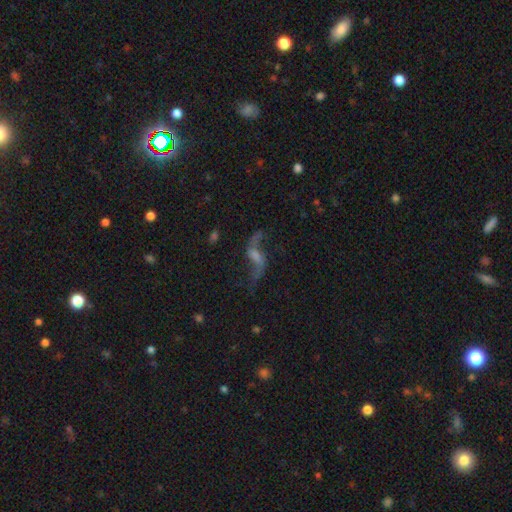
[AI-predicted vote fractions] The model was most divided on "bar": weak: 42%, no: 40%, strong: 18%. Remaining: spiral arms — yes (94%); spiral arm count — 2 (93%); spiral winding — loose (92%); edge-on disk — no (92%); smooth or featured — featured or disk (80%); merging — none (75%); bulge size — small (39%).